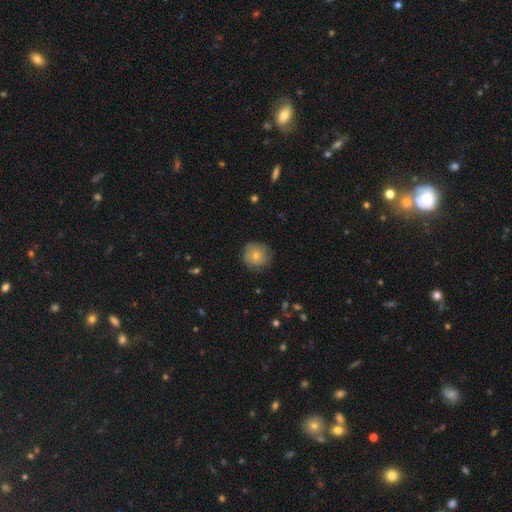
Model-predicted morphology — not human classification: Overall: smooth (74%). How rounded: round (93%). Merging: none (80%).